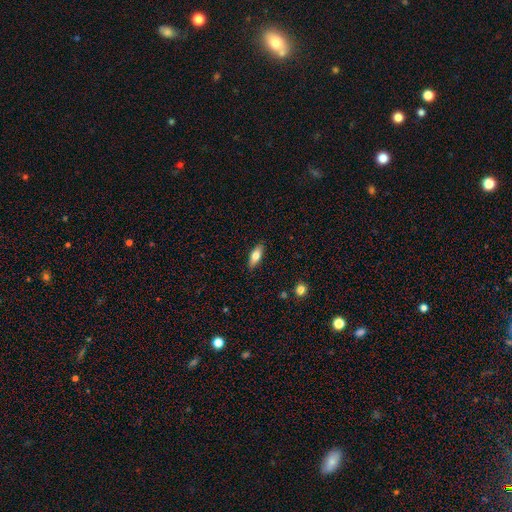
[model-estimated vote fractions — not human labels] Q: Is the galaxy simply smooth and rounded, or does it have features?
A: smooth — 71%.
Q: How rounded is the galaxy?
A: in between — 74%.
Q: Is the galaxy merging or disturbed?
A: none — 88%.